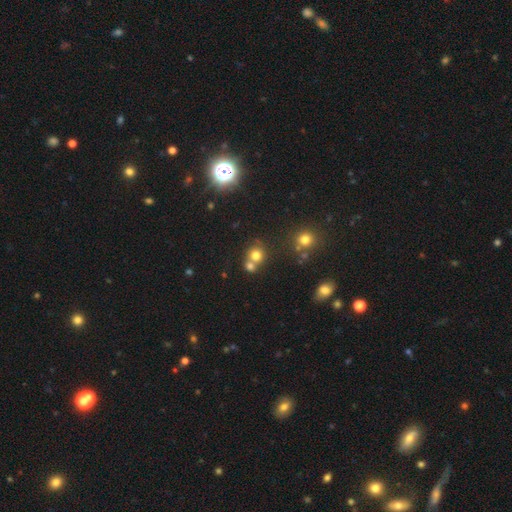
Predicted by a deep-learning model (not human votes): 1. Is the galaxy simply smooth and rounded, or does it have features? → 74% smooth, 16% star or artifact, 11% featured or disk.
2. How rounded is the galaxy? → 84% round, 15% in between, 1% cigar-shaped.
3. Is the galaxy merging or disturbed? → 47% none, 43% merger, 7% minor disturbance, 3% major disturbance.